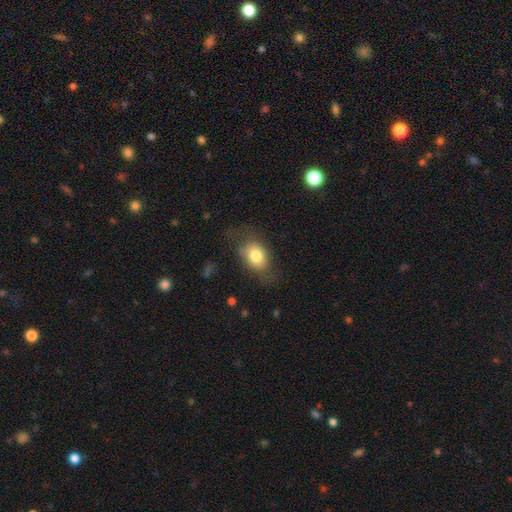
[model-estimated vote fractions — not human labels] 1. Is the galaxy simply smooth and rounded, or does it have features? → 77% smooth, 15% featured or disk, 8% star or artifact.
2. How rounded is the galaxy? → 73% in between, 26% round, 2% cigar-shaped.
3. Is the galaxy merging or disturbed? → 59% none, 24% minor disturbance, 16% major disturbance, 2% merger.